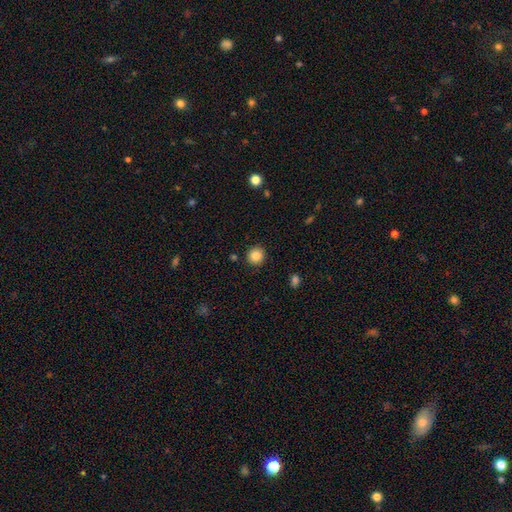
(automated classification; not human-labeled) A smooth galaxy with no disk features (84%) that is round (93%).

Vote fractions:
- Smooth or featured? smooth: 84% / star or artifact: 10% / featured or disk: 5%
- How rounded? round: 93% / in between: 6% / cigar-shaped: 1%
- Merging? none: 91% / minor disturbance: 6% / major disturbance: 2% / merger: 1%